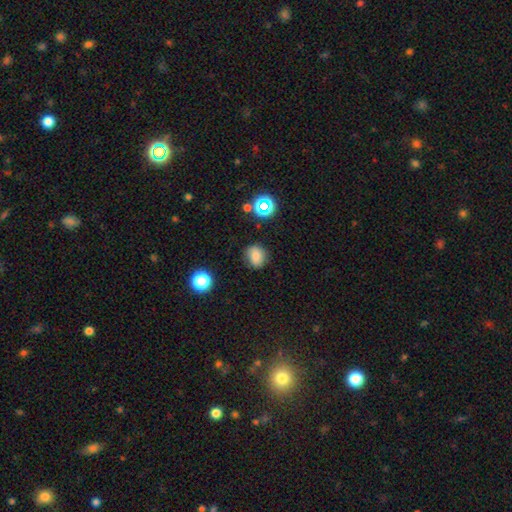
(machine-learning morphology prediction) smooth-or-featured: smooth: 77% | star or artifact: 14% | featured or disk: 9%
  how-rounded: round: 70% | in between: 29% | cigar-shaped: 1%
  merging: none: 78% | minor disturbance: 16% | major disturbance: 4% | merger: 2%